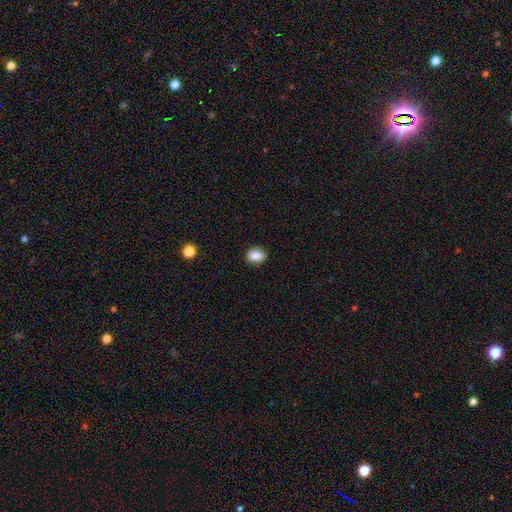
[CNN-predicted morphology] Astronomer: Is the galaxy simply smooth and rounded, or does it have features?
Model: smooth — 82%.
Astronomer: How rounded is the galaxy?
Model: in between — 54% (runner-up: round, 45%).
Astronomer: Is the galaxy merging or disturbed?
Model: none — 89%.